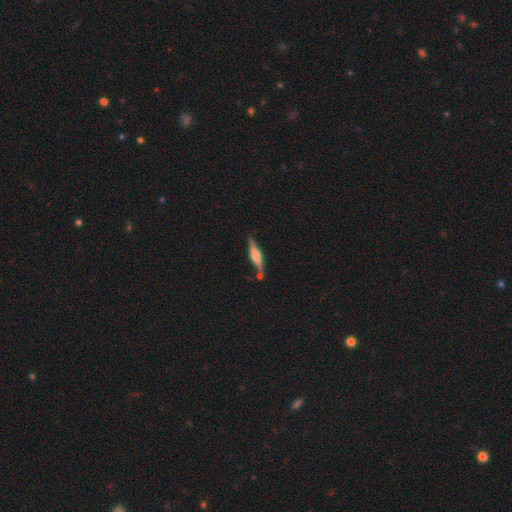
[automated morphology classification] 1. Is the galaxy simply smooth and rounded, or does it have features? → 61% featured or disk, 33% smooth, 6% star or artifact.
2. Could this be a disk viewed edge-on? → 96% yes, 4% no.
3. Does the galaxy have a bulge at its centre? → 62% rounded, 30% boxy, 7% none.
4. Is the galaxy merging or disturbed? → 72% none, 14% minor disturbance, 10% merger, 4% major disturbance.